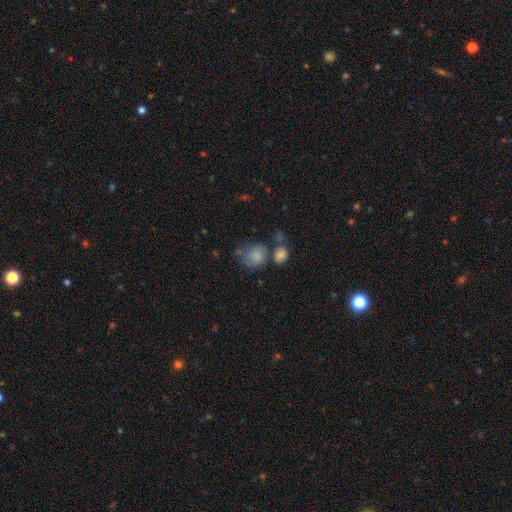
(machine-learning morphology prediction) Smooth or featured?
  - smooth: 79% *
  - featured or disk: 12%
  - star or artifact: 9%
How rounded?
  - round: 64% *
  - in between: 35%
  - cigar-shaped: 1%
Merging?
  - none: 37% *
  - merger: 25%
  - minor disturbance: 23%
  - major disturbance: 15%